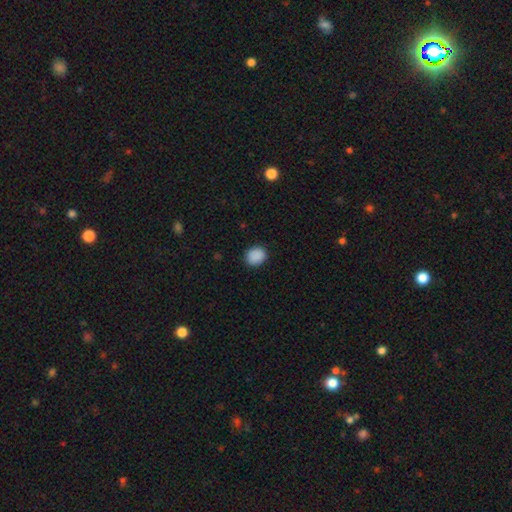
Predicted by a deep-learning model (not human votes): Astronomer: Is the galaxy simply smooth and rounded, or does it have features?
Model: smooth — 89%.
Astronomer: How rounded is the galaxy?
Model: round — 65%.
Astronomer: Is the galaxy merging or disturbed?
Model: none — 88%.